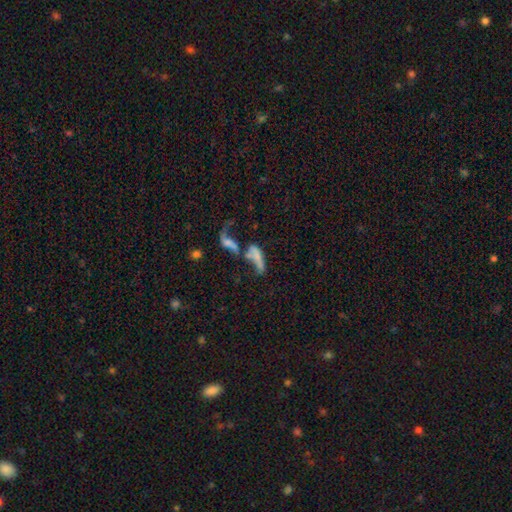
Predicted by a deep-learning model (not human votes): smooth 45%, featured or disk 41%, star or artifact 15%. Down the decision tree: merging — merger (57%).